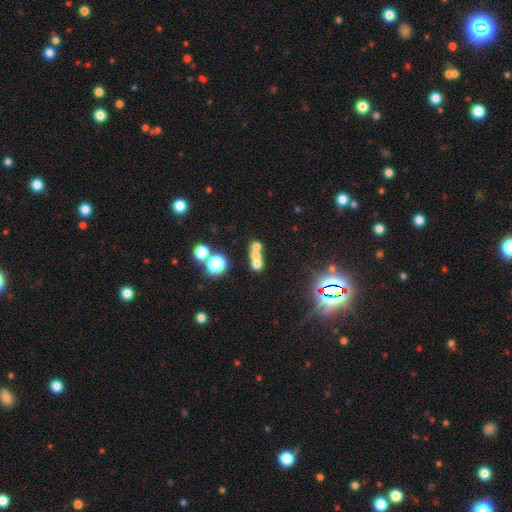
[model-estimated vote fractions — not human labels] Q: Smooth or featured?
A: smooth (54%); runner-up: star or artifact (23%)
Q: How rounded?
A: round (77%); runner-up: in between (20%)
Q: Merging?
A: merger (57%); runner-up: none (33%)